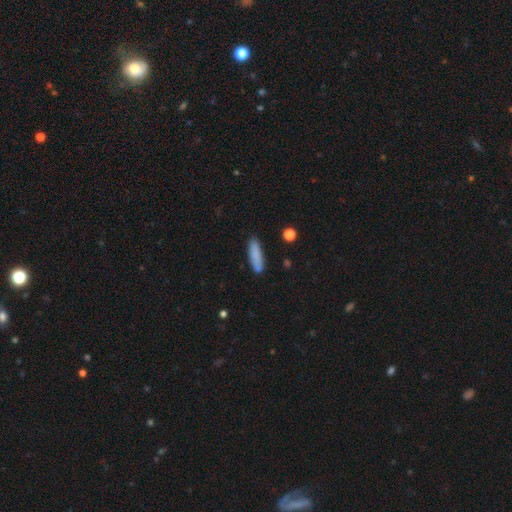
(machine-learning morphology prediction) smooth 84%, featured or disk 9%, star or artifact 7%. Down the decision tree: how rounded — cigar-shaped (65%); merging — none (82%).